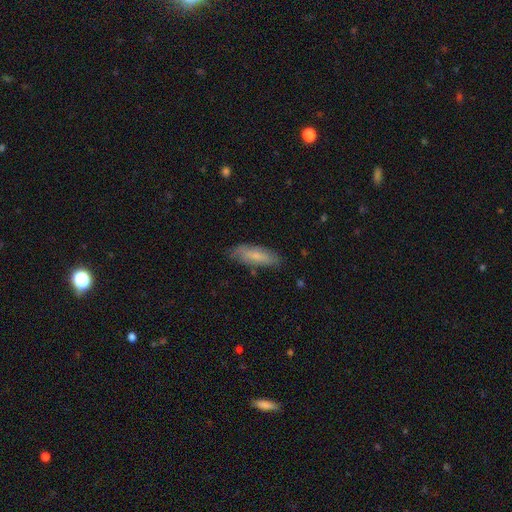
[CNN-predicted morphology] smooth_or_featured: smooth (p=0.71) [alt: featured or disk p=0.23]
how_rounded: in between (p=0.53) [alt: cigar-shaped p=0.45]
merging: none (p=0.75) [alt: minor disturbance p=0.19]